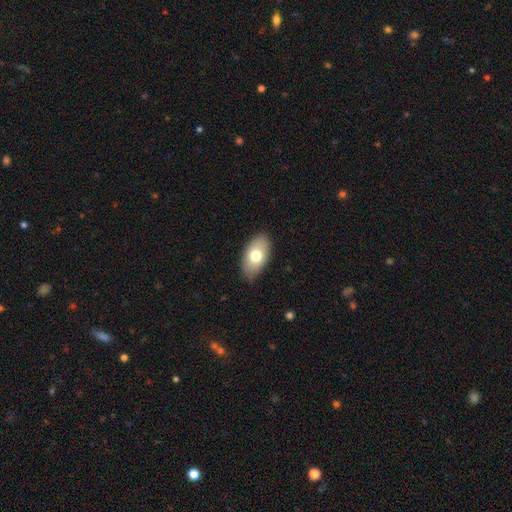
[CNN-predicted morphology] This is likely a smooth galaxy (73%). How rounded: clearly in between (93%). Merging: clearly none (81%).